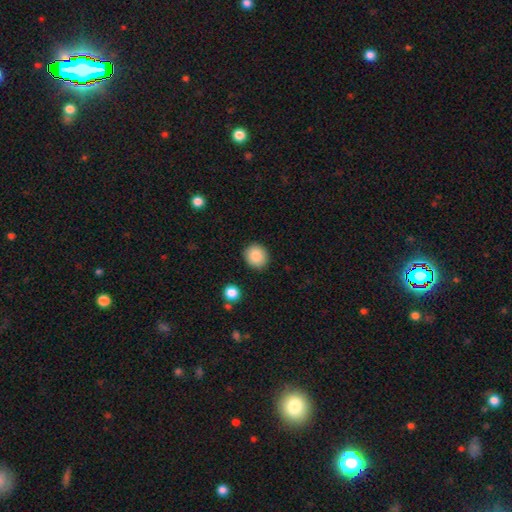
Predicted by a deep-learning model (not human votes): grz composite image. It shows a smooth galaxy with no disk features (84%) that is round (85%). Merging: none (90%).